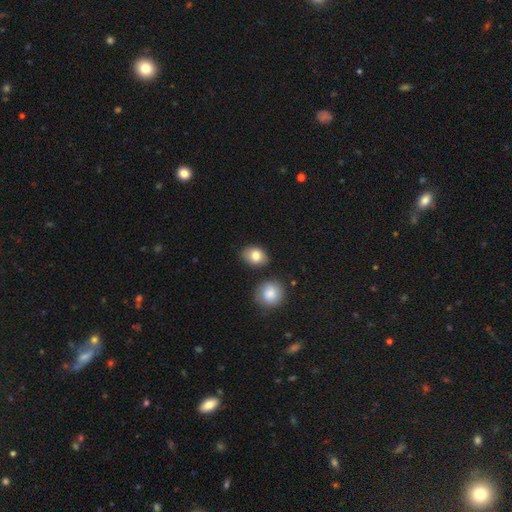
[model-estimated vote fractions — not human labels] The model was most divided on "how rounded": in between: 69%, round: 30%, cigar-shaped: 1%. More confident: smooth or featured — smooth (81%); merging — none (80%).